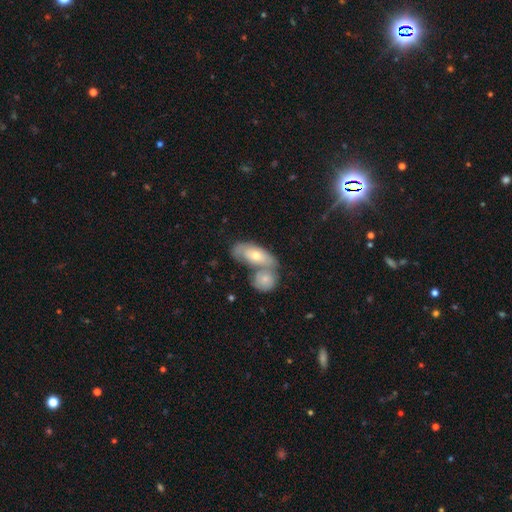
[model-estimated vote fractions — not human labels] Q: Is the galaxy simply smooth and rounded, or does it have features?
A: smooth — 54%.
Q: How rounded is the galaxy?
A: in between — 82%.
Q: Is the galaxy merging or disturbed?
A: merger — 54%.